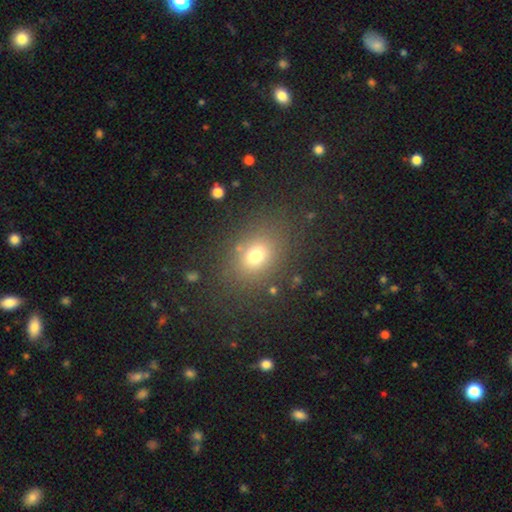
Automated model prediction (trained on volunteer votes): A smooth galaxy with no disk features (73%) that is in between round and cigar-shaped (55%). Merging: none (81%).